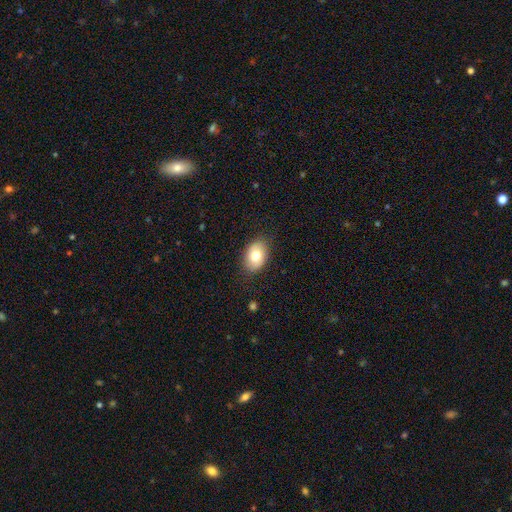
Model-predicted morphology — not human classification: This is likely a smooth galaxy (74%). How rounded: clearly in between (84%). Merging: clearly none (84%).